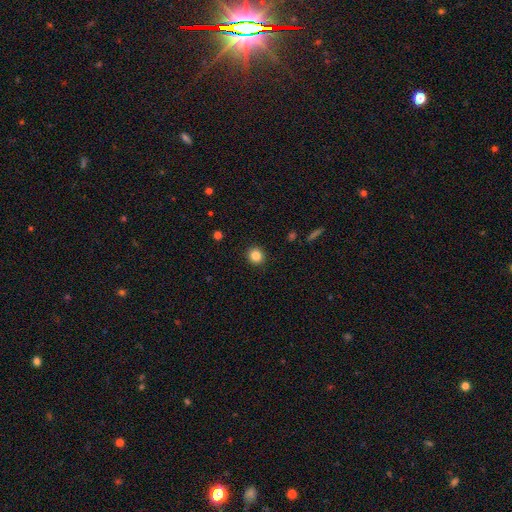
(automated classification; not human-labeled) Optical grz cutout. It shows a smooth galaxy with no disk features (84%) that is round (87%). Merging: none (92%).